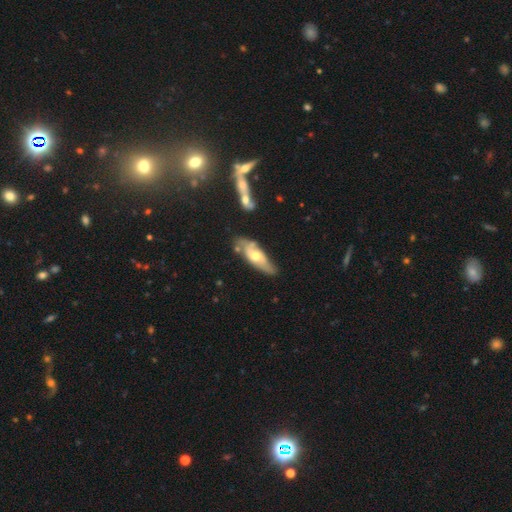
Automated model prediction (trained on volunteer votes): featured or disk 54%, smooth 41%, star or artifact 6%. Down the decision tree: edge-on disk — no (65%); merging — none (57%).